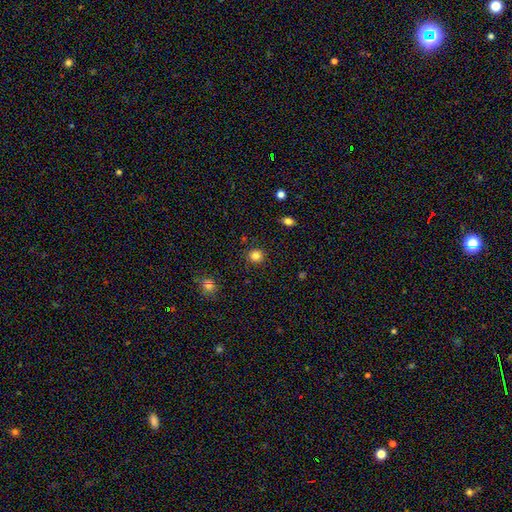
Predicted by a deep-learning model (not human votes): Smooth or featured?
  - smooth: 83% *
  - star or artifact: 12%
  - featured or disk: 5%
How rounded?
  - round: 91% *
  - in between: 8%
  - cigar-shaped: 1%
Merging?
  - none: 89% *
  - minor disturbance: 7%
  - major disturbance: 2%
  - merger: 2%